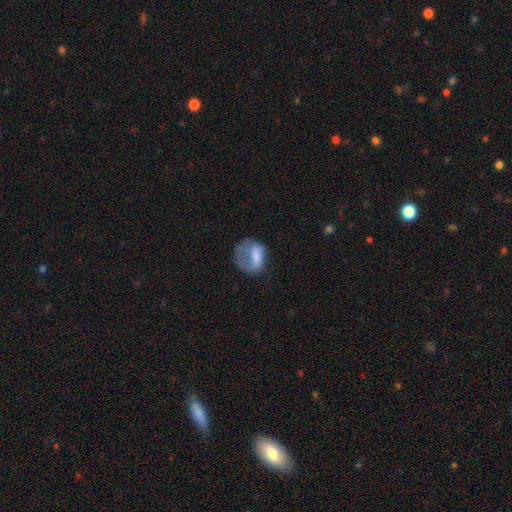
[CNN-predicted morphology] smooth 56%, featured or disk 36%, star or artifact 9%. Down the decision tree: how rounded — in between (57%); merging — major disturbance (47%).